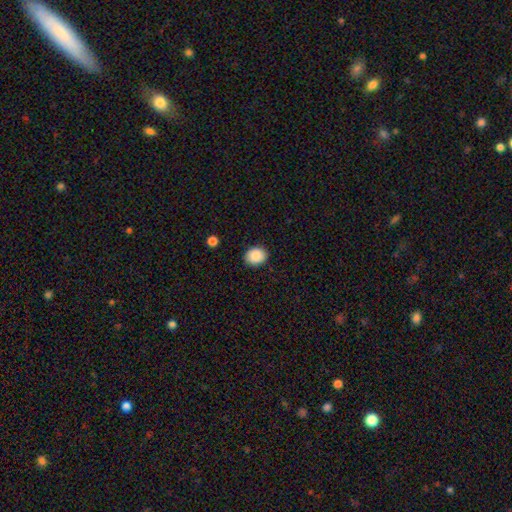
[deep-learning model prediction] Smooth or featured?
  - smooth: 88% *
  - star or artifact: 8%
  - featured or disk: 4%
How rounded?
  - round: 54% *
  - in between: 45%
  - cigar-shaped: 1%
Merging?
  - none: 88% *
  - minor disturbance: 9%
  - major disturbance: 2%
  - merger: 1%